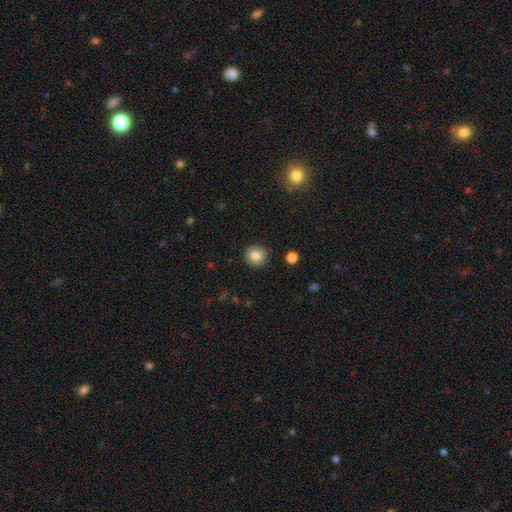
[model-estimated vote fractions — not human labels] This appears to be a smooth galaxy with no disk features (81%) that is round (92%). Merging: none (90%).